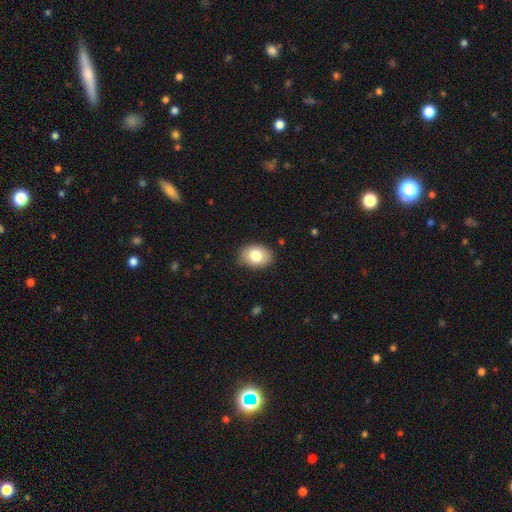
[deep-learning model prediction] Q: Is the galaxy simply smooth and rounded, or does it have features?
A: smooth — 79%.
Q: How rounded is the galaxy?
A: in between — 73%.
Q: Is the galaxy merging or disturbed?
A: none — 84%.